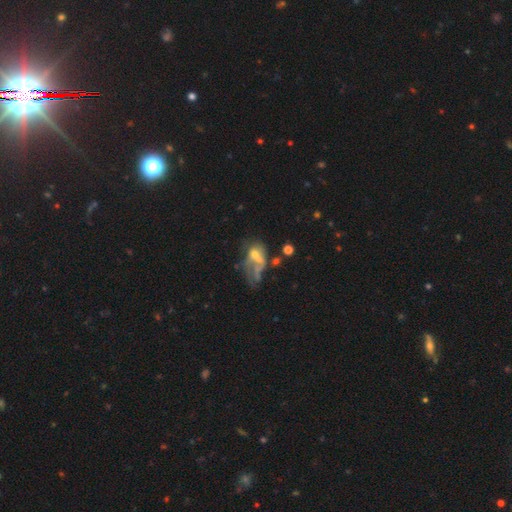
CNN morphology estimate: Smooth or featured: featured or disk — 52% (smooth — 34%)
Edge-on disk: no — 96% (yes — 4%)
Merging: major disturbance — 40% (merger — 32%)